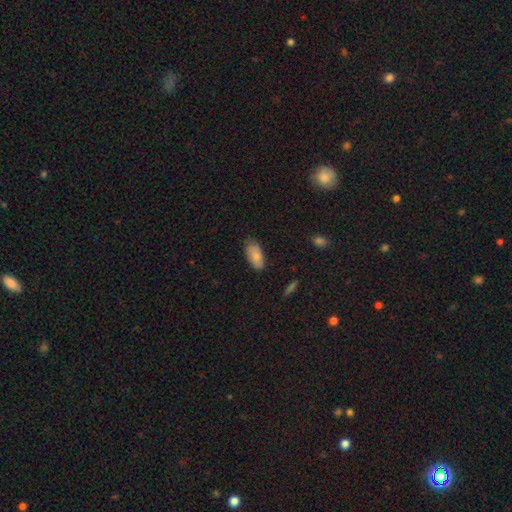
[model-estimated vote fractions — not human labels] Q: Smooth or featured?
A: smooth (83%); runner-up: featured or disk (10%)
Q: How rounded?
A: in between (92%); runner-up: cigar-shaped (6%)
Q: Merging?
A: none (76%); runner-up: minor disturbance (19%)